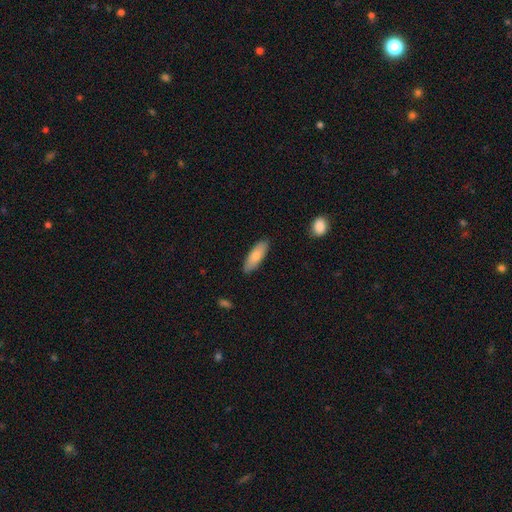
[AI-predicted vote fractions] Smooth or featured: smooth — 80% (featured or disk — 14%)
How rounded: in between — 61% (cigar-shaped — 37%)
Merging: none — 87% (minor disturbance — 10%)